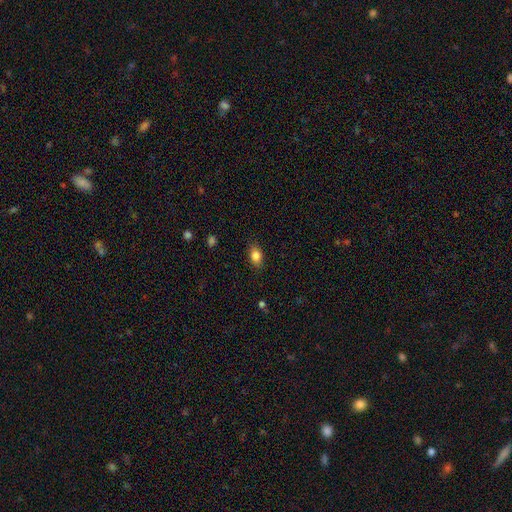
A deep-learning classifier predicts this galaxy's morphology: This appears to be a smooth galaxy with no disk features (84%) that is in between round and cigar-shaped (79%). Merging: none (84%).